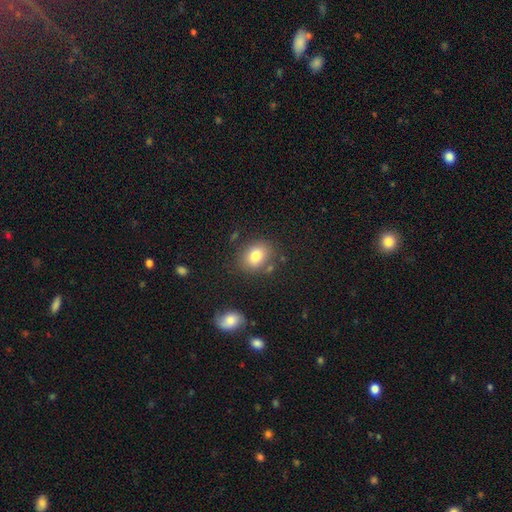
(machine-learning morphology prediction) A smooth galaxy with no disk features (79%) that is in between round and cigar-shaped (51%). Merging: none (78%).